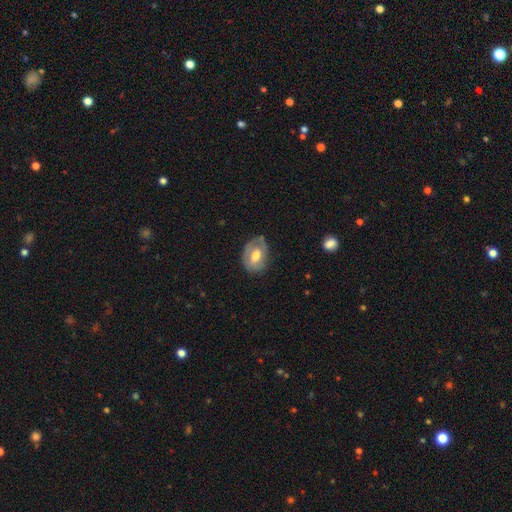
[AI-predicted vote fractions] A smooth galaxy with no disk features (52%) that is in between round and cigar-shaped (77%).

Vote fractions:
- Smooth or featured? smooth: 52% / featured or disk: 42% / star or artifact: 7%
- How rounded? in between: 77% / round: 22% / cigar-shaped: 1%
- Merging? none: 62% / minor disturbance: 27% / major disturbance: 9% / merger: 2%